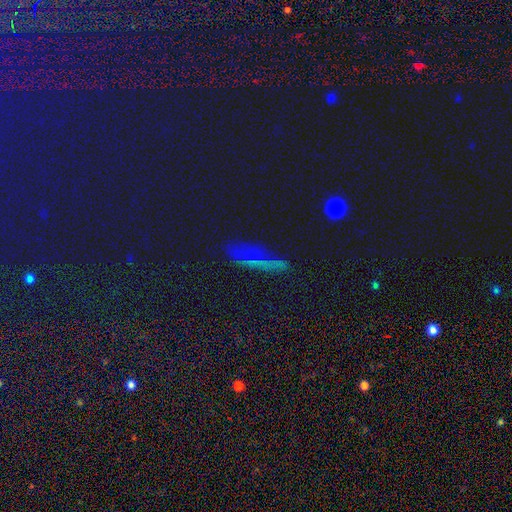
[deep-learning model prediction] This appears to be a star or artifact, not a galaxy (64%).